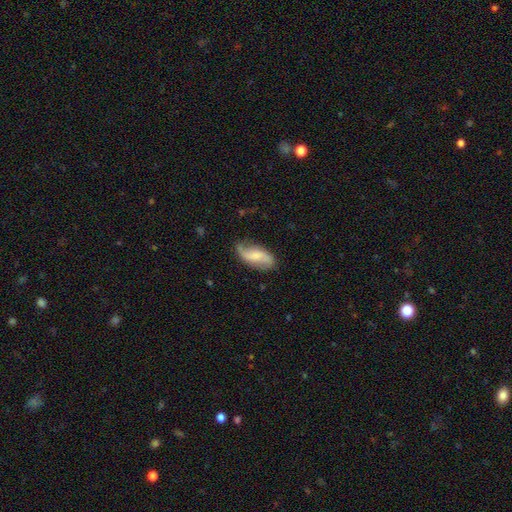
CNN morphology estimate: Smooth or featured? Predicted: featured or disk (p=0.67). Edge-on disk? Predicted: no (p=0.95). Bar? Predicted: no (p=0.45). Spiral arms? Predicted: yes (p=0.93). Spiral winding? Predicted: loose (p=0.72). Spiral arm count? Predicted: 2 (p=0.89). Bulge size? Predicted: small (p=0.41). Merging? Predicted: none (p=0.72).